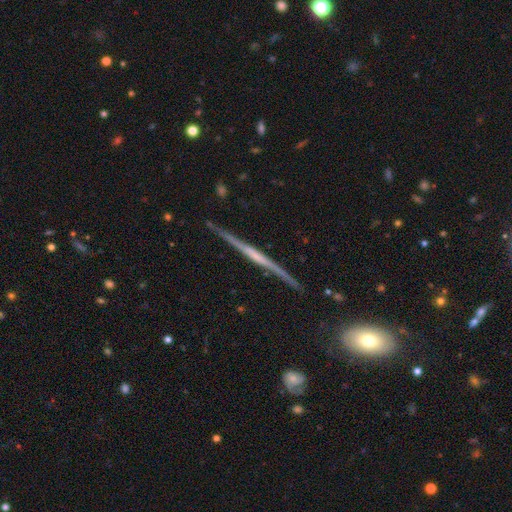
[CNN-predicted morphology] Smooth or featured: featured or disk — 78% (smooth — 16%)
Edge-on disk: yes — 98% (no — 2%)
Edge-on bulge: none — 54% (rounded — 29%)
Merging: none — 87% (minor disturbance — 10%)